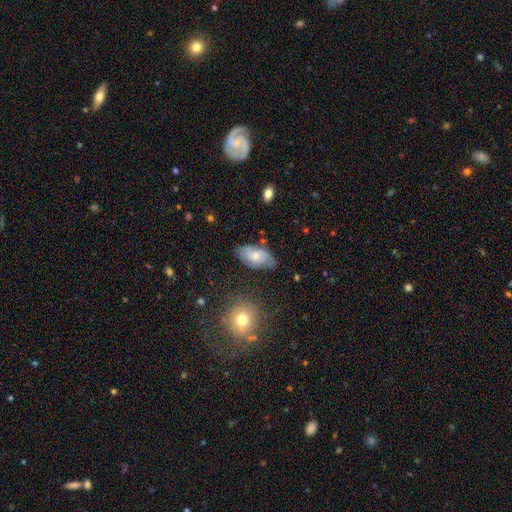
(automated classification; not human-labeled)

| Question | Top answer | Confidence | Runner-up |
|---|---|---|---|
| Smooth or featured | featured or disk | 54% | smooth (38%) |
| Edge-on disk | no | 94% | yes (6%) |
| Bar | no | 60% | weak (35%) |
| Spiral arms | yes | 86% | no (14%) |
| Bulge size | small | 44% | moderate (43%) |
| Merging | none | 65% | minor disturbance (25%) |